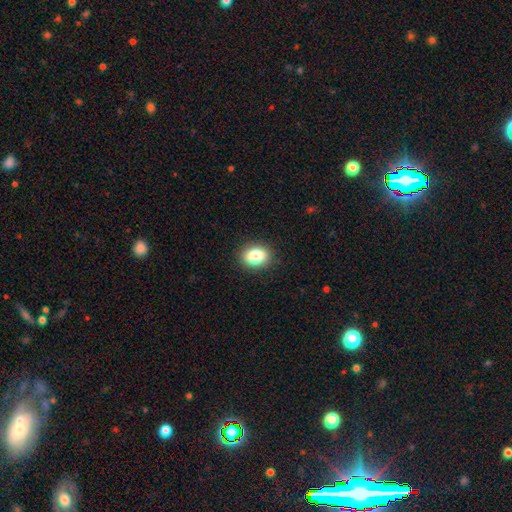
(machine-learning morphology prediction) smooth-or-featured: smooth: 83% | star or artifact: 9% | featured or disk: 8%
  how-rounded: in between: 69% | round: 30% | cigar-shaped: 1%
  merging: none: 89% | minor disturbance: 8% | major disturbance: 2% | merger: 1%